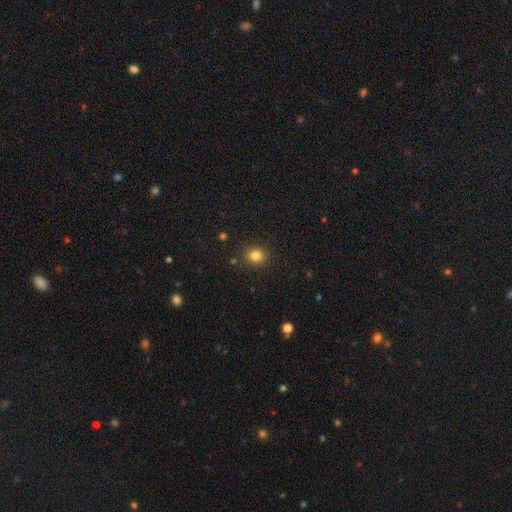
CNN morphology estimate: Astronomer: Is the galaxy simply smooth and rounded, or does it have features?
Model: smooth — 82%.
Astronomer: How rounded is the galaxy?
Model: round — 80%.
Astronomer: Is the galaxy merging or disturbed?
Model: none — 89%.